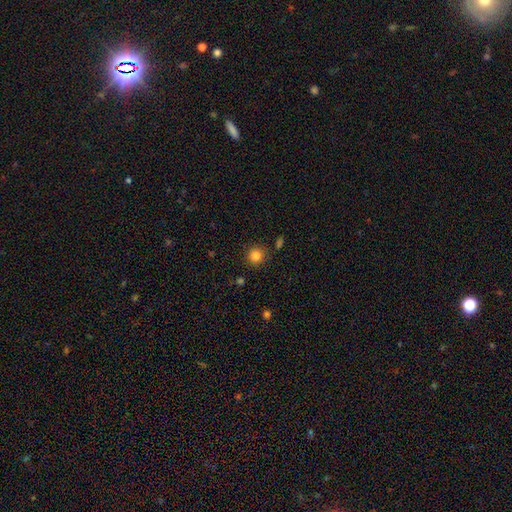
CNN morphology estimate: Smooth or featured? smooth (84%)
How rounded? round (93%)
Merging? none (86%)